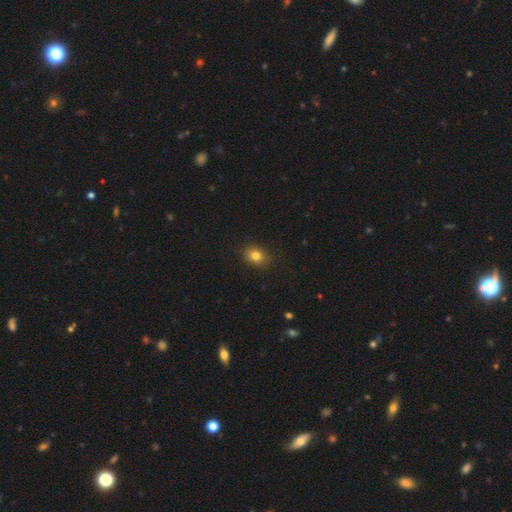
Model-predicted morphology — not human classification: The model was most divided on "how rounded": in between: 57%, round: 41%, cigar-shaped: 1%. More confident: merging — none (88%); smooth or featured — smooth (82%).